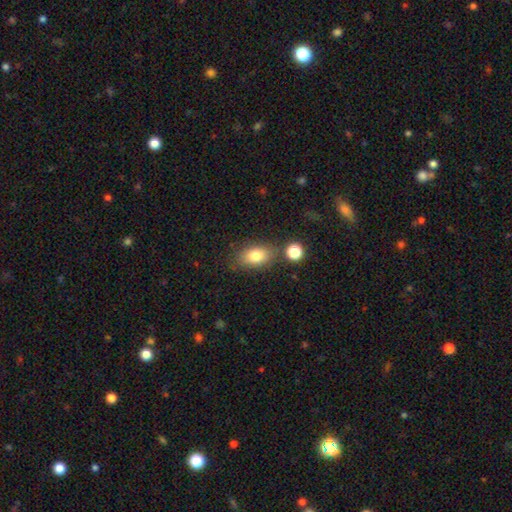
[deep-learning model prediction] Smooth or featured?
  - smooth: 79% *
  - featured or disk: 11%
  - star or artifact: 10%
How rounded?
  - in between: 84% *
  - round: 14%
  - cigar-shaped: 3%
Merging?
  - none: 74% *
  - minor disturbance: 13%
  - merger: 8%
  - major disturbance: 4%